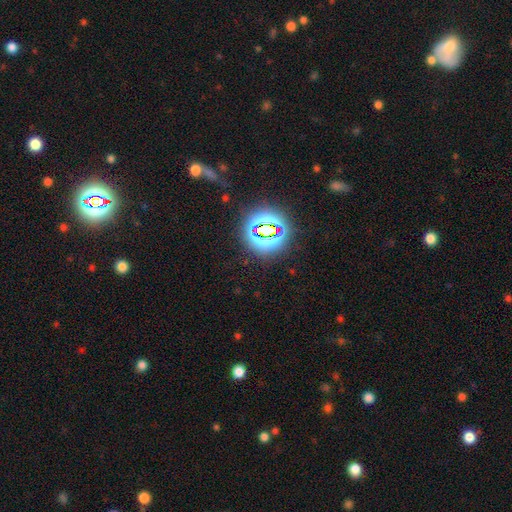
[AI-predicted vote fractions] Smooth or featured? Predicted: star or artifact (p=0.81).